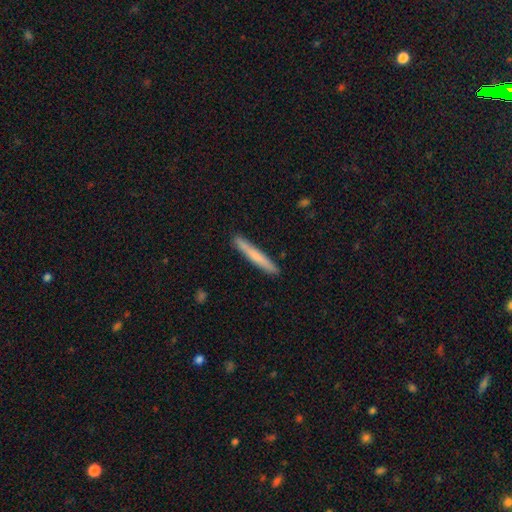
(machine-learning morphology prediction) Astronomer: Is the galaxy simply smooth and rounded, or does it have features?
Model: smooth — 66%.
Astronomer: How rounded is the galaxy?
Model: cigar-shaped — 96%.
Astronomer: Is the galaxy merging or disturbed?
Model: none — 90%.